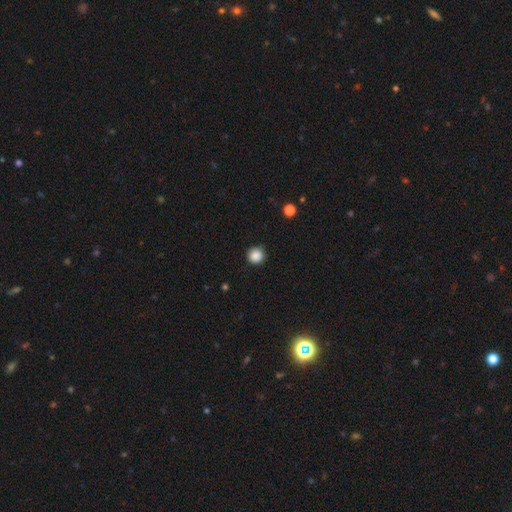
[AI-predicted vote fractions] smooth 87%, star or artifact 10%, featured or disk 3%. Down the decision tree: how rounded — round (95%); merging — none (88%).